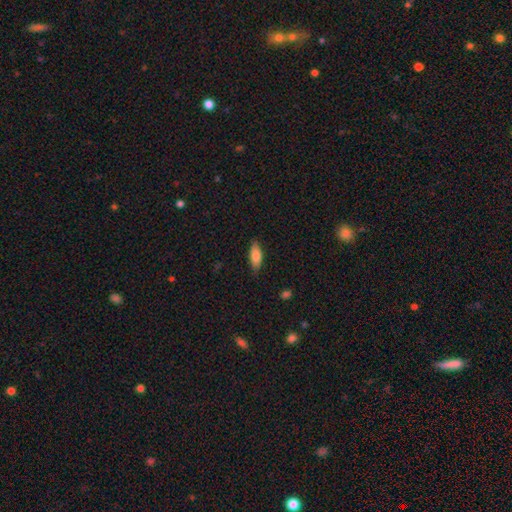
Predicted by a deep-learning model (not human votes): Smooth or featured: smooth — 81% (featured or disk — 13%)
How rounded: in between — 68% (cigar-shaped — 30%)
Merging: none — 83% (minor disturbance — 13%)